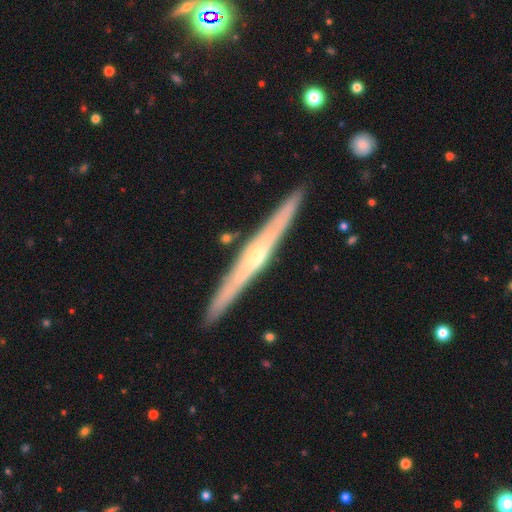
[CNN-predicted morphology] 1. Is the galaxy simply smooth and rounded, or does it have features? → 77% featured or disk, 17% smooth, 5% star or artifact.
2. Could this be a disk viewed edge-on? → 96% yes, 4% no.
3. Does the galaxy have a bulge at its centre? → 59% rounded, 33% none, 8% boxy.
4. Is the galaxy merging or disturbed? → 90% none, 7% minor disturbance, 2% merger, 1% major disturbance.